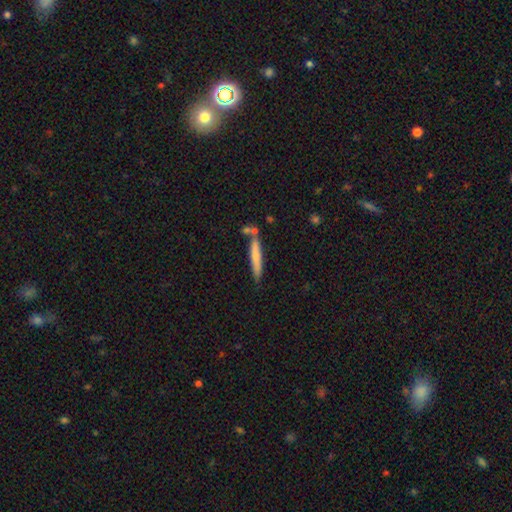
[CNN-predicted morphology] A smooth galaxy with no disk features (67%) that is cigar-shaped (93%). Merging: none (70%).